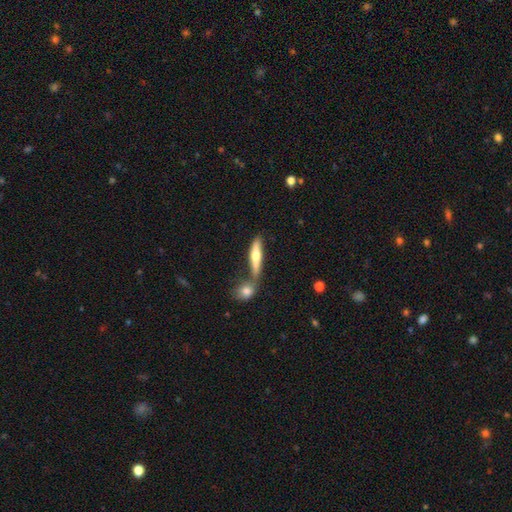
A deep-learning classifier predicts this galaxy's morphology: The model was most divided on "smooth or featured": smooth: 55%, featured or disk: 40%, star or artifact: 6%. Remaining: how rounded — cigar-shaped (73%); merging — none (50%).